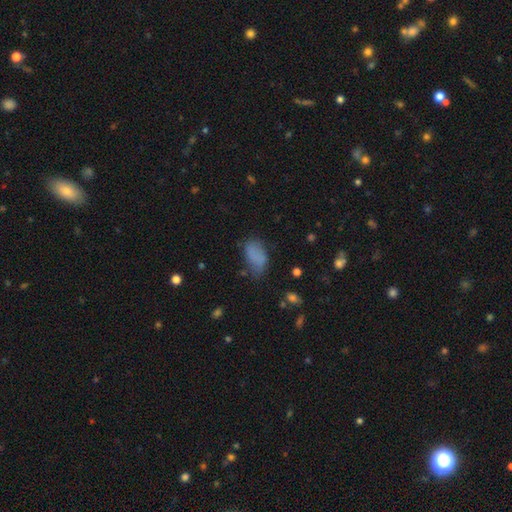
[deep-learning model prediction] Smooth or featured?
  - smooth: 78% *
  - featured or disk: 11%
  - star or artifact: 11%
How rounded?
  - in between: 92% *
  - round: 6%
  - cigar-shaped: 2%
Merging?
  - none: 53% *
  - minor disturbance: 31%
  - major disturbance: 14%
  - merger: 3%